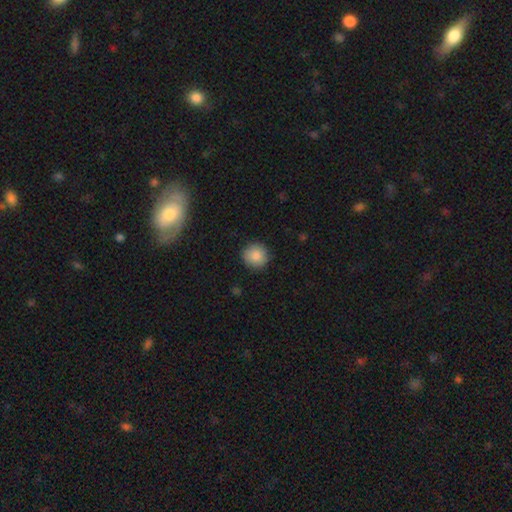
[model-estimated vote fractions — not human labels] This is clearly a smooth galaxy (87%). How rounded: clearly round (93%). Merging: clearly none (90%).